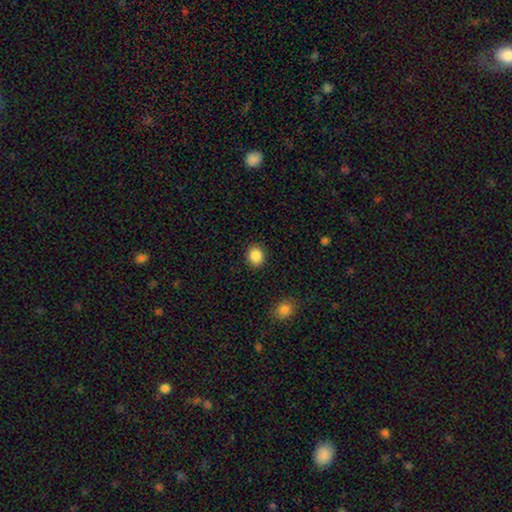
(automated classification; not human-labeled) smooth-or-featured: smooth: 88% | star or artifact: 9% | featured or disk: 4%
  how-rounded: round: 66% | in between: 33% | cigar-shaped: 1%
  merging: none: 90% | minor disturbance: 7% | major disturbance: 2% | merger: 1%